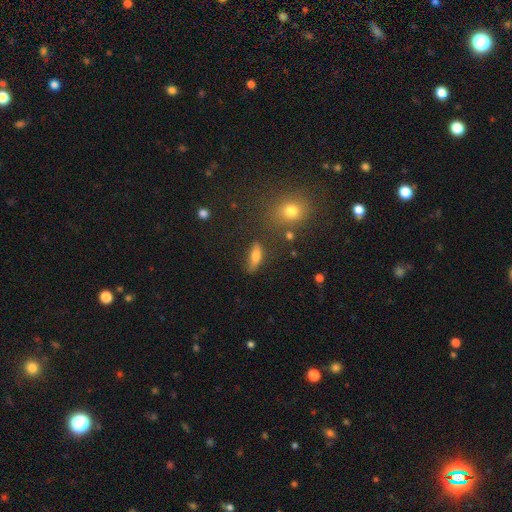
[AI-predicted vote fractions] Morphology: type=smooth (67%); roundness=in between (56%); merging=none (66%).